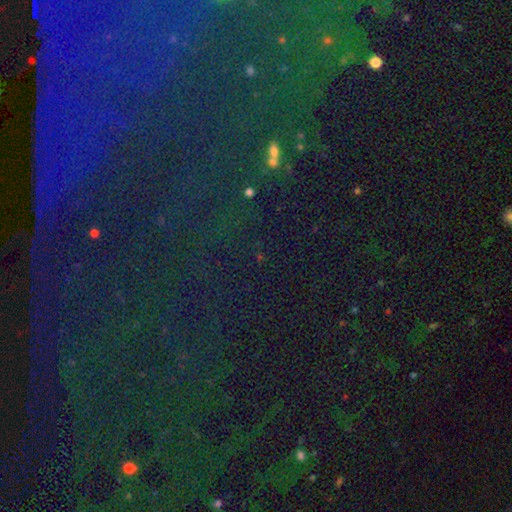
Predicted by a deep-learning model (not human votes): Q: Smooth or featured?
A: star or artifact (82%); runner-up: smooth (11%)